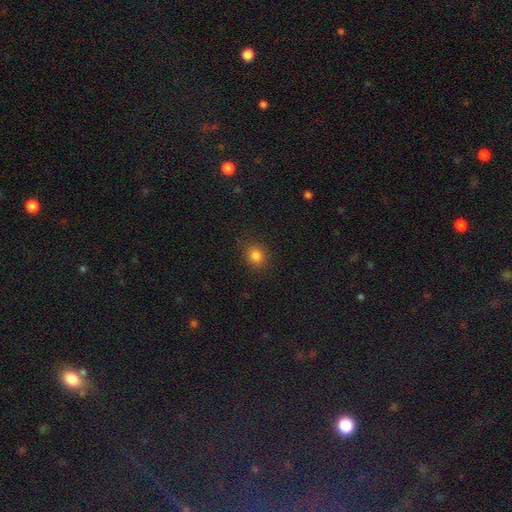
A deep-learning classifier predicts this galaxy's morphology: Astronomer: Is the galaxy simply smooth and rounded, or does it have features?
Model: smooth — 82%.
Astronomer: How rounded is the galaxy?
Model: round — 72%.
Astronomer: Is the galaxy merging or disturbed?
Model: none — 88%.